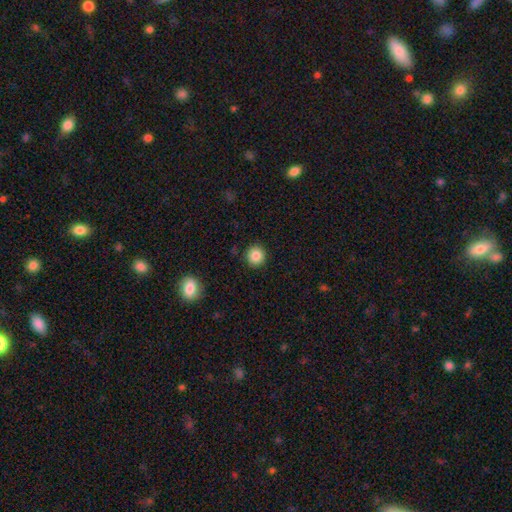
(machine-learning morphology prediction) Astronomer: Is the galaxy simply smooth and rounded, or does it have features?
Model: smooth — 85%.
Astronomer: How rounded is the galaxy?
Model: round — 93%.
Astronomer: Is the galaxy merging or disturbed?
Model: none — 91%.